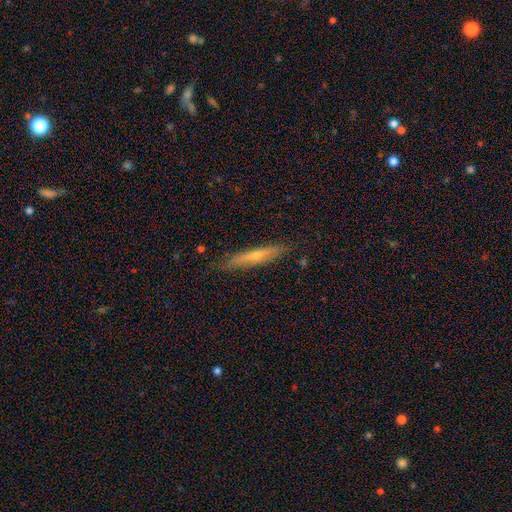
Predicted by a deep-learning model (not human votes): A featured or disk galaxy (53%) viewed edge-on (92%). Merging: none (84%).